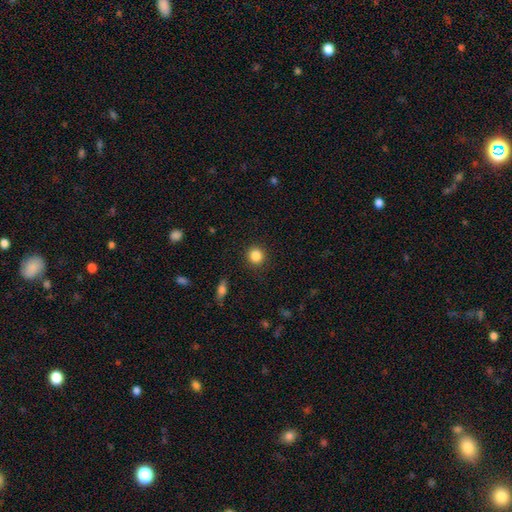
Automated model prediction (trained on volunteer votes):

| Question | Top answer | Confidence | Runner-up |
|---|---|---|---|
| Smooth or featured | smooth | 85% | star or artifact (11%) |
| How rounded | round | 92% | in between (7%) |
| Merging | none | 90% | minor disturbance (6%) |